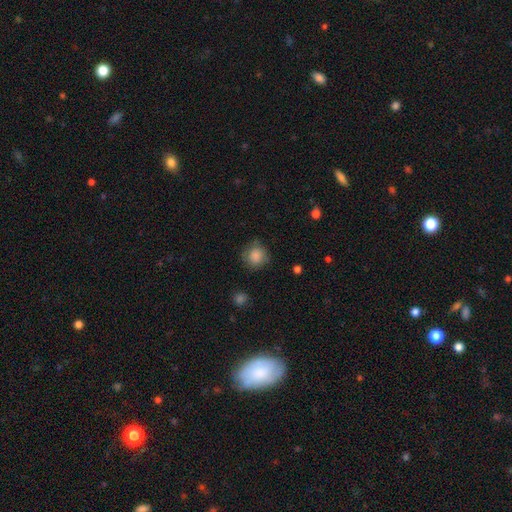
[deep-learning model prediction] This is clearly a smooth galaxy (83%). How rounded: clearly round (89%). Merging: likely none (75%).